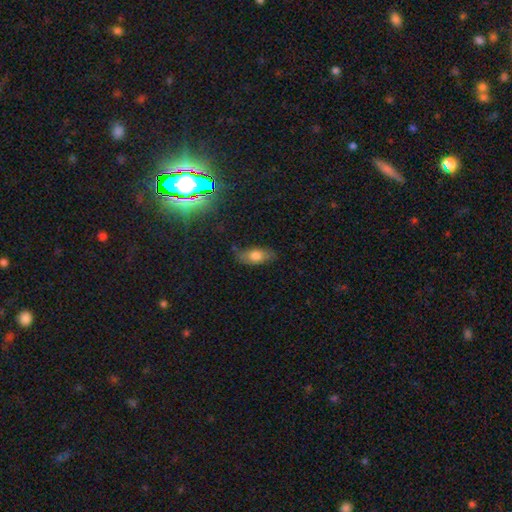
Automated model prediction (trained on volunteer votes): Smooth or featured? smooth (73%)
How rounded? in between (84%)
Merging? none (76%)